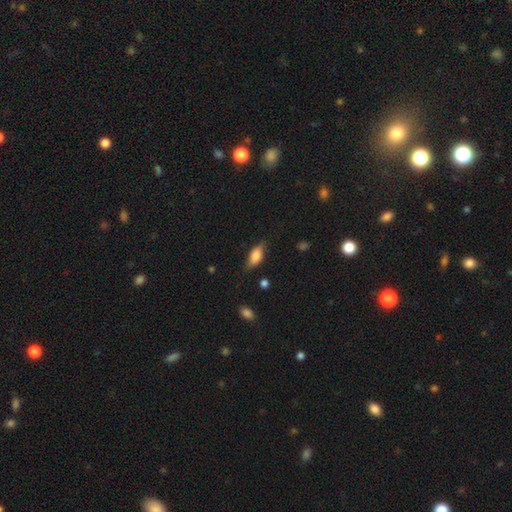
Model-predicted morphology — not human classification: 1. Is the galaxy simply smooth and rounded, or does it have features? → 76% smooth, 17% featured or disk, 7% star or artifact.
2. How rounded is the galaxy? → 84% in between, 13% cigar-shaped, 4% round.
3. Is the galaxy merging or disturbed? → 71% none, 22% minor disturbance, 5% major disturbance, 2% merger.